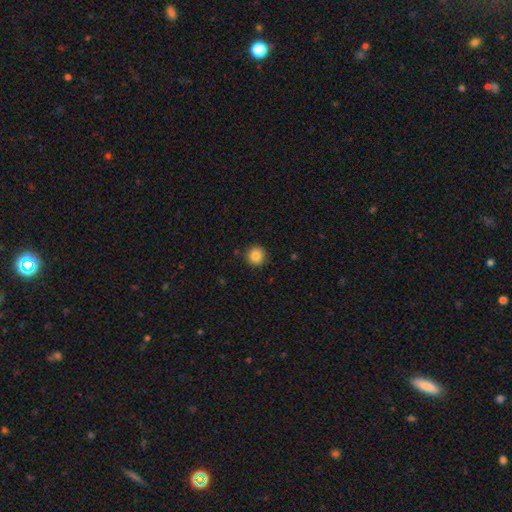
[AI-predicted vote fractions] This is clearly a smooth galaxy (86%). How rounded: clearly round (95%). Merging: clearly none (91%).